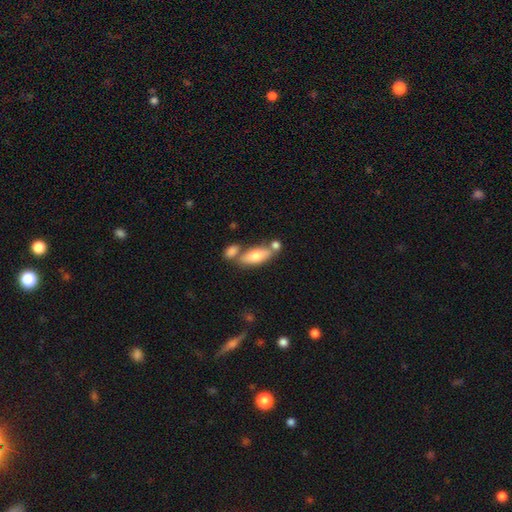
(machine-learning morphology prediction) smooth_or_featured: smooth (p=0.70) [alt: featured or disk p=0.24]
how_rounded: in between (p=0.72) [alt: cigar-shaped p=0.25]
merging: none (p=0.54) [alt: merger p=0.28]